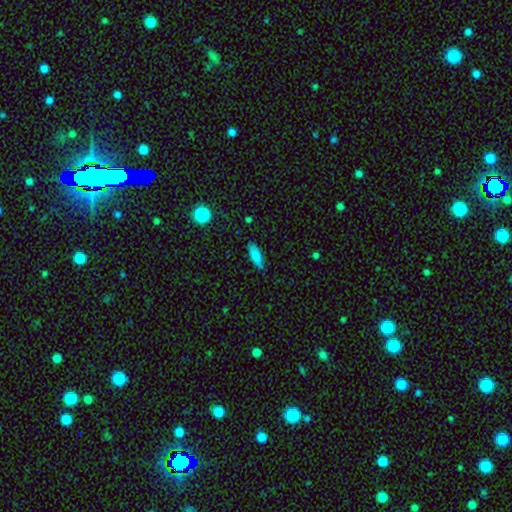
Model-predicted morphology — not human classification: This appears to be a smooth galaxy with no disk features (84%) that is in between round and cigar-shaped (60%). Merging: none (86%).